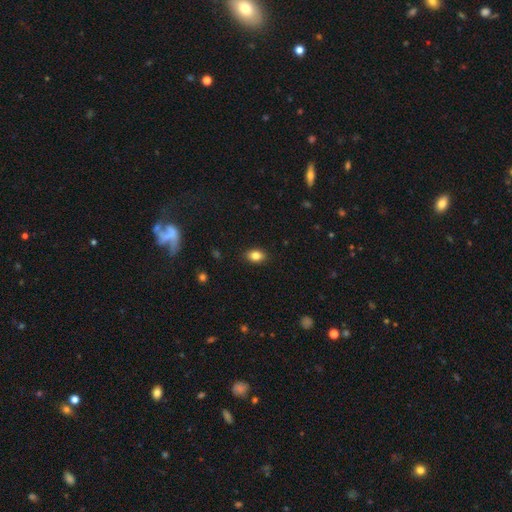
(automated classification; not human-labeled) smooth 83%, star or artifact 10%, featured or disk 7%. Down the decision tree: how rounded — in between (78%); merging — none (88%).